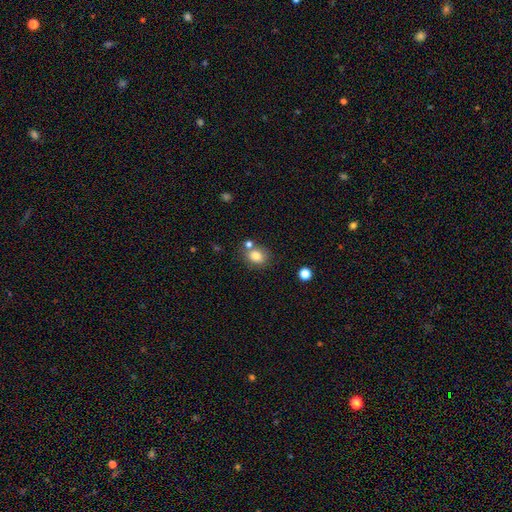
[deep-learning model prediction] Smooth or featured? Predicted: smooth (p=0.81). How rounded? Predicted: round (p=0.58). Merging? Predicted: none (p=0.65).